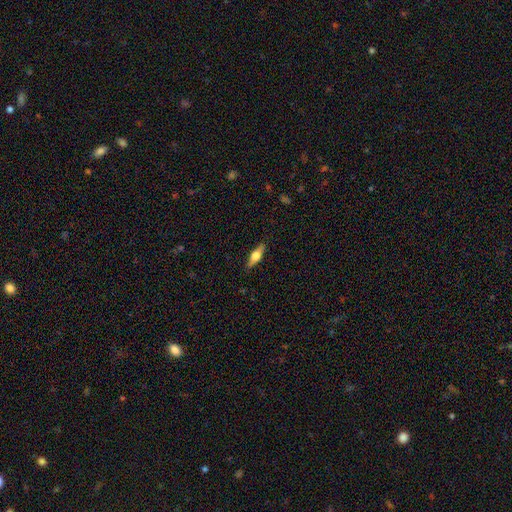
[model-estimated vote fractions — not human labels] smooth-or-featured: smooth: 50% | featured or disk: 43% | star or artifact: 6%
  how-rounded: in between: 50% | cigar-shaped: 47% | round: 3%
  merging: none: 86% | minor disturbance: 10% | major disturbance: 2% | merger: 1%